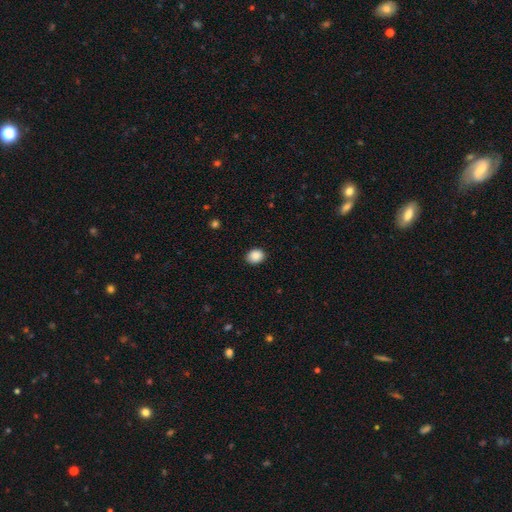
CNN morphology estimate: Smooth or featured? Predicted: smooth (p=0.89). How rounded? Predicted: in between (p=0.53). Merging? Predicted: none (p=0.88).